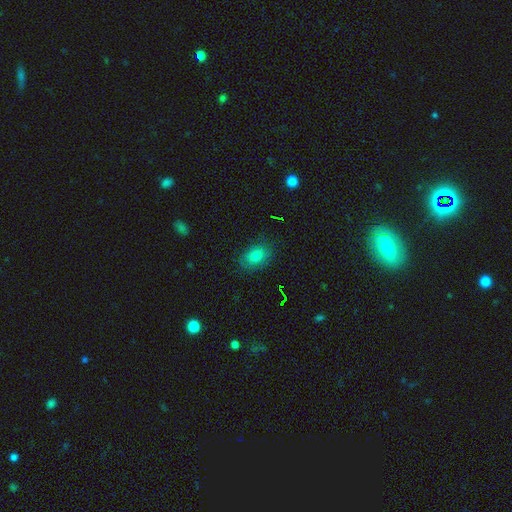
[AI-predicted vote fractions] Overall: smooth (78%). How rounded: in between (78%). Merging: none (83%).